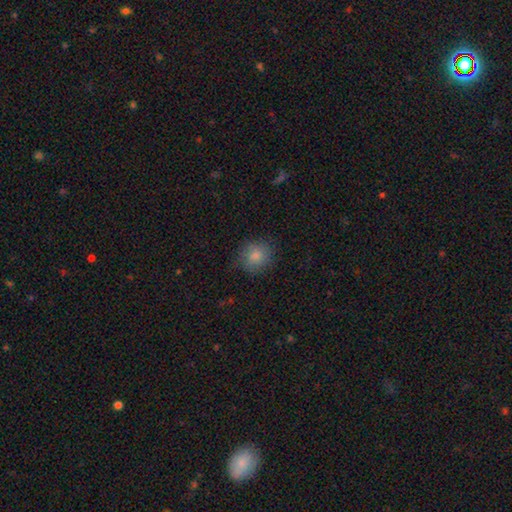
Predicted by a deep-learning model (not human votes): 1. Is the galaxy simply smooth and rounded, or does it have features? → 84% smooth, 9% star or artifact, 7% featured or disk.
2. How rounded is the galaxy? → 84% round, 16% in between, 1% cigar-shaped.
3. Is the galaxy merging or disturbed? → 79% none, 16% minor disturbance, 4% major disturbance, 1% merger.